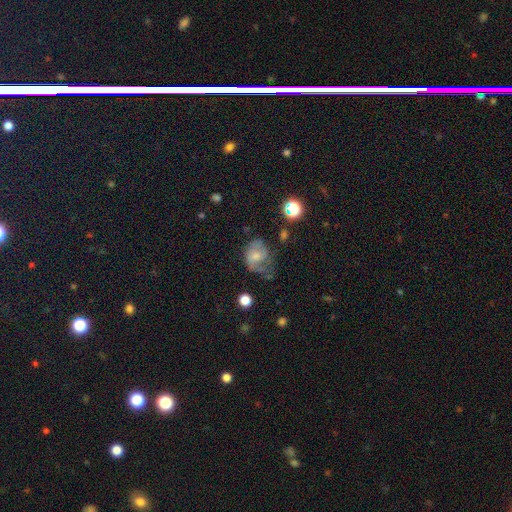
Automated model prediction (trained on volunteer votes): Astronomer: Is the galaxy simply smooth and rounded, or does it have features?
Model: smooth — 45%, tied with featured or disk at 45%.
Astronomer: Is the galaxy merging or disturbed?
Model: major disturbance — 38% (runner-up: none, 30%).